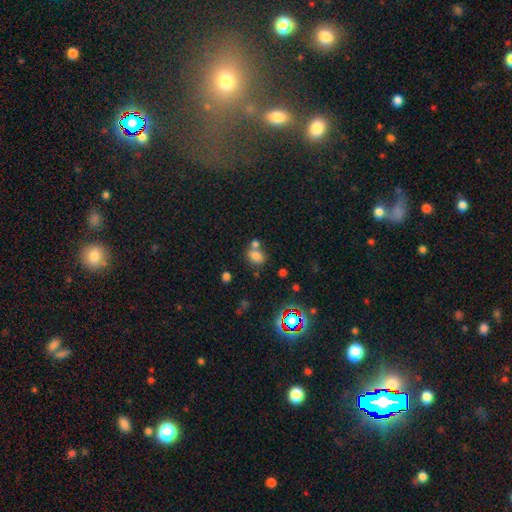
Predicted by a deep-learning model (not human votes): Smooth or featured?
  - smooth: 75% *
  - star or artifact: 16%
  - featured or disk: 9%
How rounded?
  - in between: 58% *
  - round: 41%
  - cigar-shaped: 1%
Merging?
  - none: 50% *
  - merger: 35%
  - minor disturbance: 11%
  - major disturbance: 5%